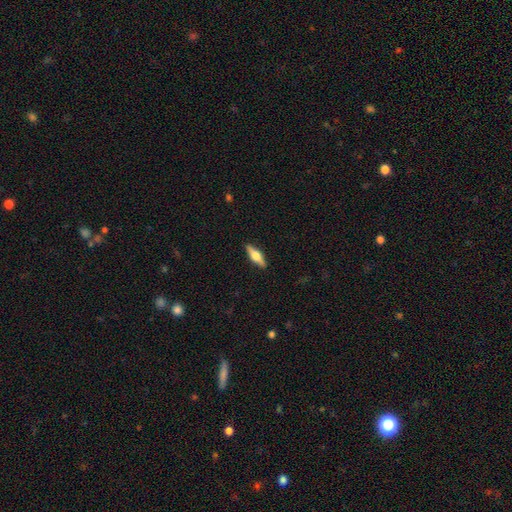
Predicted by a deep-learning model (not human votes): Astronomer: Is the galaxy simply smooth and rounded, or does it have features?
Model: featured or disk — 53% (runner-up: smooth, 41%).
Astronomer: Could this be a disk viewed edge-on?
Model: yes — 94%.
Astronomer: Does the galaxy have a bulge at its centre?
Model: rounded — 93%.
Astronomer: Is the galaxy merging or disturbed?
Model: none — 90%.